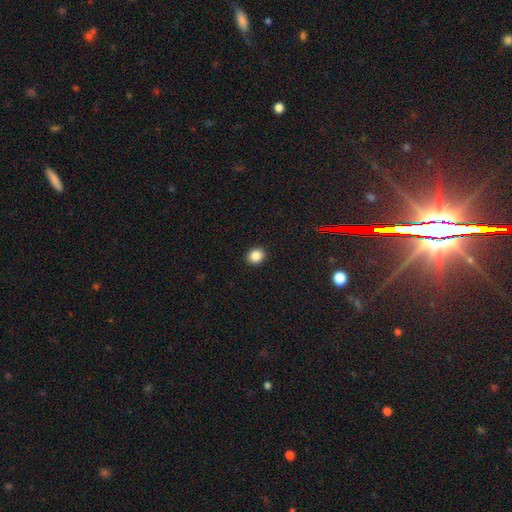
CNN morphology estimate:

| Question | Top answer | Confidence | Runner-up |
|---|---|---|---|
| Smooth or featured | smooth | 86% | star or artifact (10%) |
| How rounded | round | 68% | in between (32%) |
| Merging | none | 91% | minor disturbance (6%) |